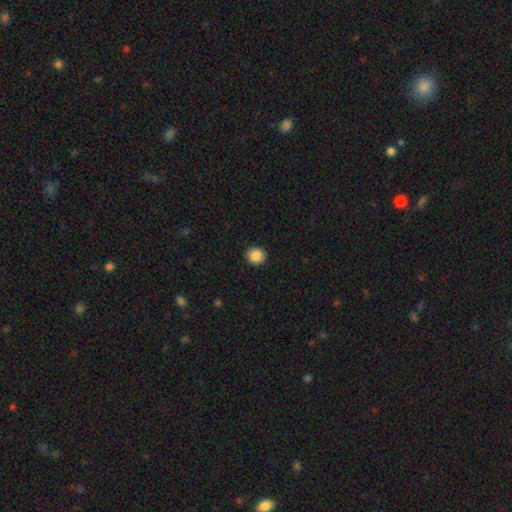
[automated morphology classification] smooth_or_featured: smooth (p=0.87) [alt: star or artifact p=0.09]
how_rounded: round (p=0.90) [alt: in between p=0.09]
merging: none (p=0.92) [alt: minor disturbance p=0.05]